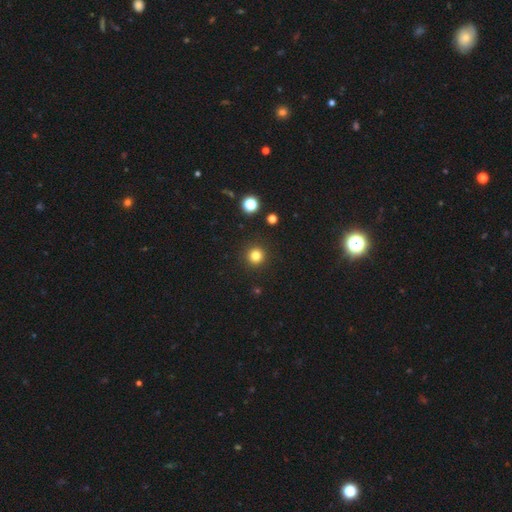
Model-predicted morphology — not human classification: A smooth galaxy with no disk features (82%) that is round (95%).

Vote fractions:
- Smooth or featured? smooth: 82% / star or artifact: 13% / featured or disk: 5%
- How rounded? round: 95% / in between: 4% / cigar-shaped: 1%
- Merging? none: 92% / minor disturbance: 5% / major disturbance: 2% / merger: 1%